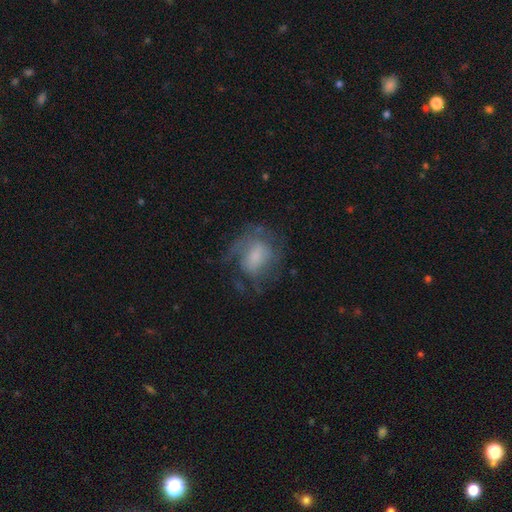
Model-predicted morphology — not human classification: A featured or disk galaxy (54%) with no bar (52%), spiral arms (69%) and a moderate central bulge (29%).

Vote fractions:
- Smooth or featured? featured or disk: 54% / smooth: 36% / star or artifact: 10%
- Edge-on disk? no: 96% / yes: 4%
- Bar? no: 52% / weak: 37% / strong: 11%
- Spiral arms? yes: 69% / no: 31%
- Bulge size? moderate: 29% / none: 24% / small: 23% / large: 21% / dominant: 3%
- Merging? none: 49% / major disturbance: 28% / minor disturbance: 22% / merger: 2%